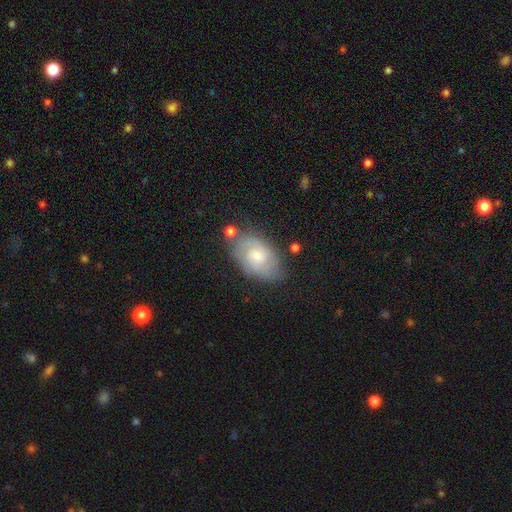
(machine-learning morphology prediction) A smooth galaxy with no disk features (44%). Merging: none (74%).